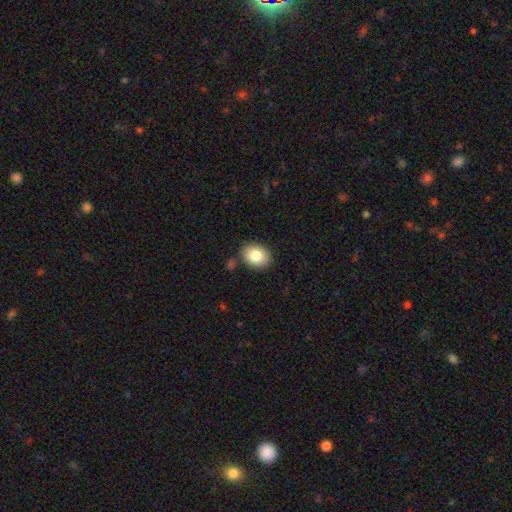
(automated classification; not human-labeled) A smooth galaxy with no disk features (83%) that is in between round and cigar-shaped (61%). Merging: none (84%).